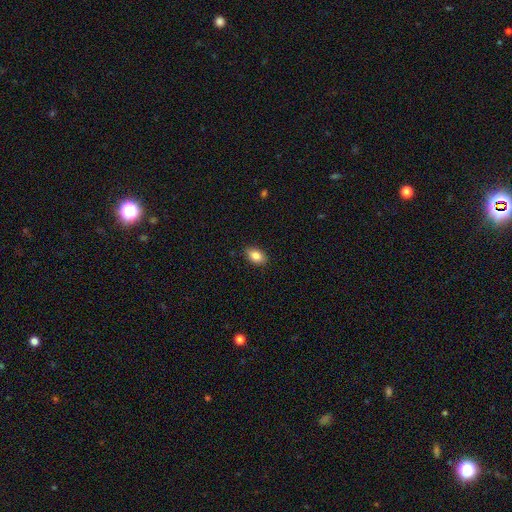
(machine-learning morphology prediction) A smooth galaxy with no disk features (85%) that is in between round and cigar-shaped (89%).

Vote fractions:
- Smooth or featured? smooth: 85% / star or artifact: 8% / featured or disk: 7%
- How rounded? in between: 89% / round: 9% / cigar-shaped: 2%
- Merging? none: 88% / minor disturbance: 9% / major disturbance: 2% / merger: 1%